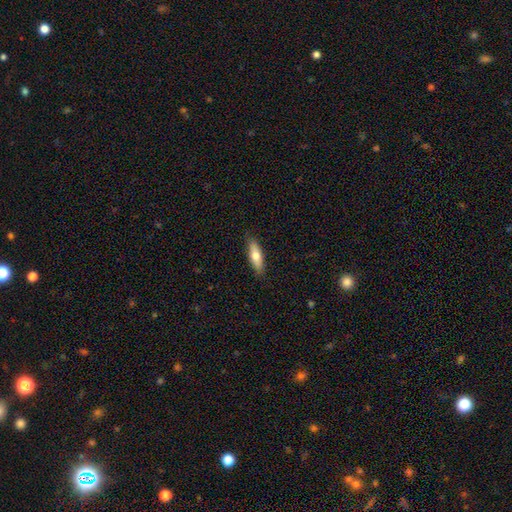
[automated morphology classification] smooth_or_featured: smooth (p=0.68) [alt: featured or disk p=0.26]
how_rounded: cigar-shaped (p=0.52) [alt: in between p=0.46]
merging: none (p=0.88) [alt: minor disturbance p=0.09]